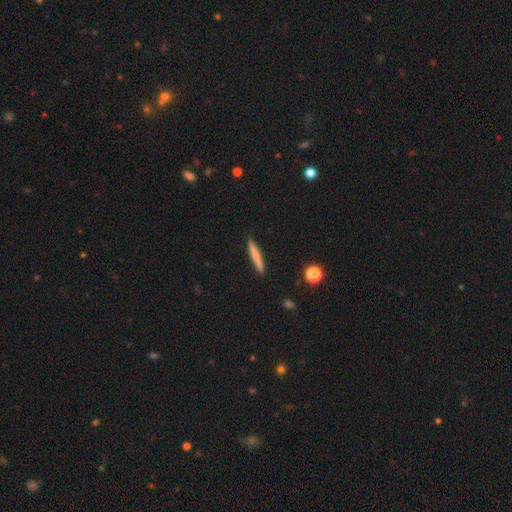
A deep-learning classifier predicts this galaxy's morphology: Smooth or featured? Predicted: smooth (p=0.72). How rounded? Predicted: cigar-shaped (p=0.95). Merging? Predicted: none (p=0.90).